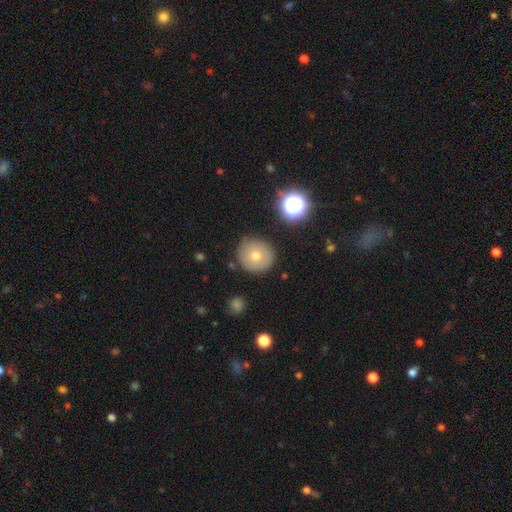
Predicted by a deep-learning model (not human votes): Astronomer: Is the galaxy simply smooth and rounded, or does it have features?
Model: smooth — 67%.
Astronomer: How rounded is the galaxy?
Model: round — 92%.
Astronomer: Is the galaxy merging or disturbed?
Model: none — 86%.